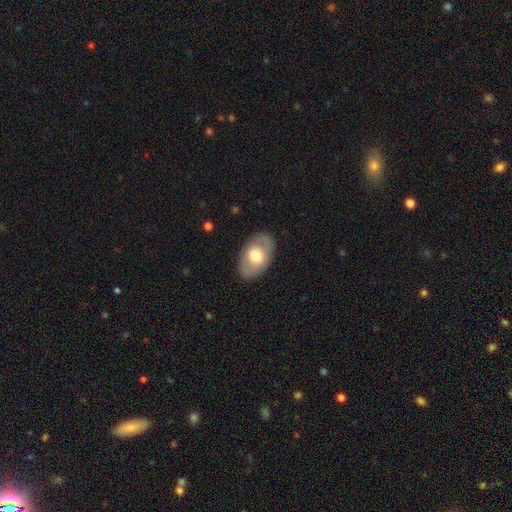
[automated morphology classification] A smooth galaxy with no disk features (52%) that is in between round and cigar-shaped (89%).

Vote fractions:
- Smooth or featured? smooth: 52% / featured or disk: 43% / star or artifact: 6%
- How rounded? in between: 89% / round: 9% / cigar-shaped: 1%
- Merging? none: 83% / minor disturbance: 12% / major disturbance: 4% / merger: 1%